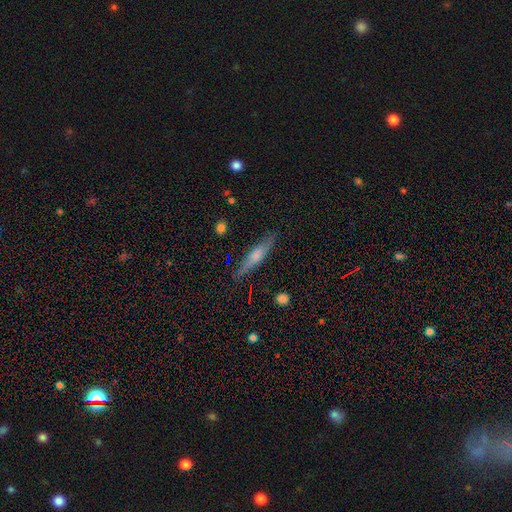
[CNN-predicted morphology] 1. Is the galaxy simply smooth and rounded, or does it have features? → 48% smooth, 45% featured or disk, 7% star or artifact.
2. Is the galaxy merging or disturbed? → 85% none, 11% minor disturbance, 2% major disturbance, 1% merger.